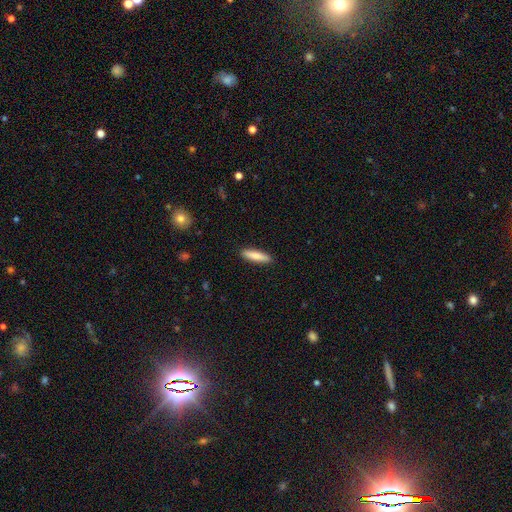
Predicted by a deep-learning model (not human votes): Smooth or featured? smooth (83%)
How rounded? cigar-shaped (78%)
Merging? none (91%)